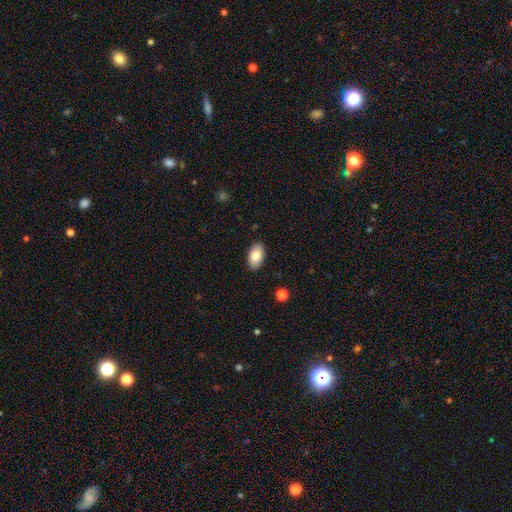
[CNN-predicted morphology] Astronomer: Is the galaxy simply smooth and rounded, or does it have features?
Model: smooth — 82%.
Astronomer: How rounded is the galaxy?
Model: in between — 94%.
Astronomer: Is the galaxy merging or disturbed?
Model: none — 88%.